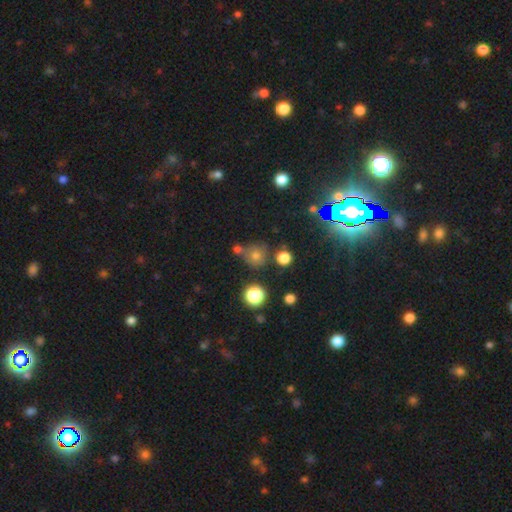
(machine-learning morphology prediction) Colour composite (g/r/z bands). It shows a smooth galaxy with no disk features (67%) that is round (89%). Merging: none (63%).